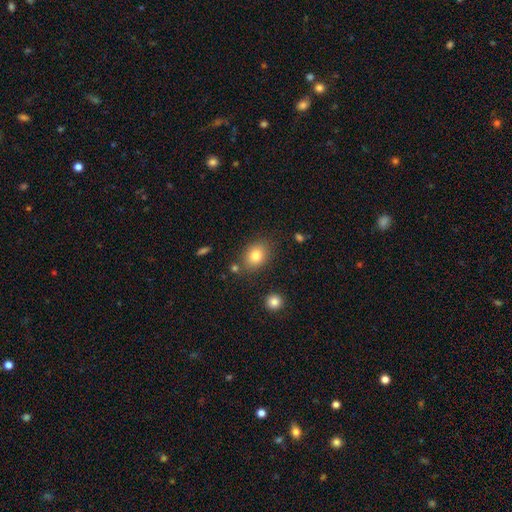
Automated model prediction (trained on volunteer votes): smooth_or_featured: smooth (p=0.81) [alt: featured or disk p=0.10]
how_rounded: in between (p=0.62) [alt: round p=0.37]
merging: none (p=0.78) [alt: minor disturbance p=0.13]